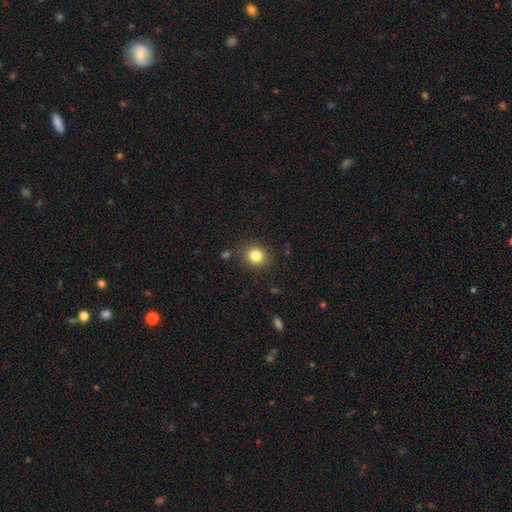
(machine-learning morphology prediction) A smooth galaxy with no disk features (83%) that is round (80%). Merging: none (87%).